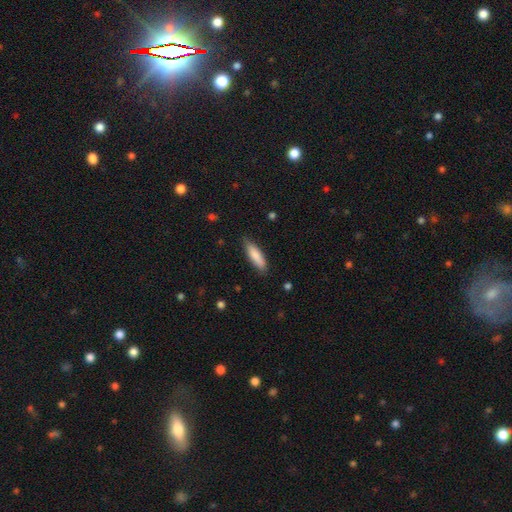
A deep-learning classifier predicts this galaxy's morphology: A smooth galaxy with no disk features (83%) that is cigar-shaped (61%). Merging: none (80%).